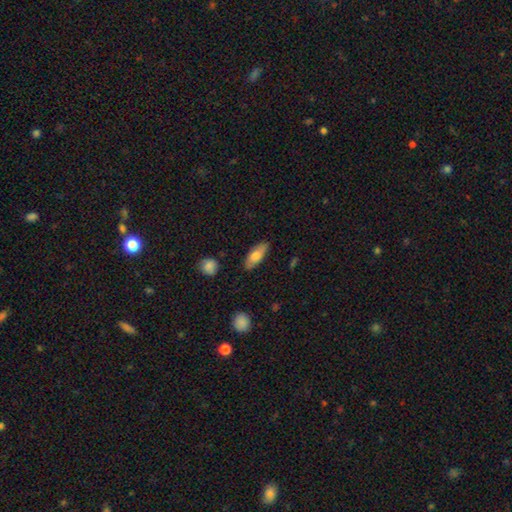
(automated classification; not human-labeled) This appears to be a smooth galaxy with no disk features (72%) that is in between round and cigar-shaped (73%). Merging: none (85%).